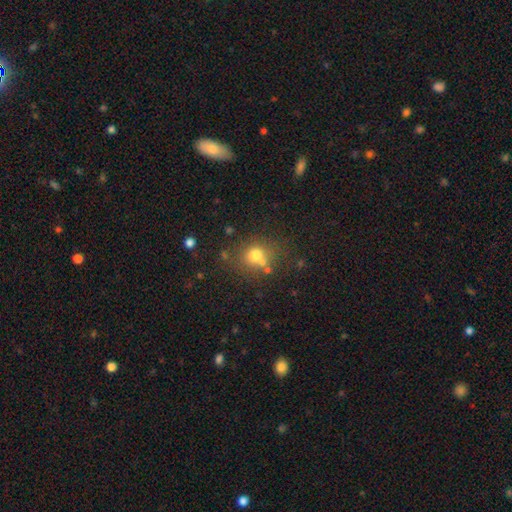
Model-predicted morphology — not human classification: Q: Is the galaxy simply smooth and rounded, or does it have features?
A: smooth — 72%.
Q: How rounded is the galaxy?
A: round — 79%.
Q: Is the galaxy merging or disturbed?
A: none — 64%.